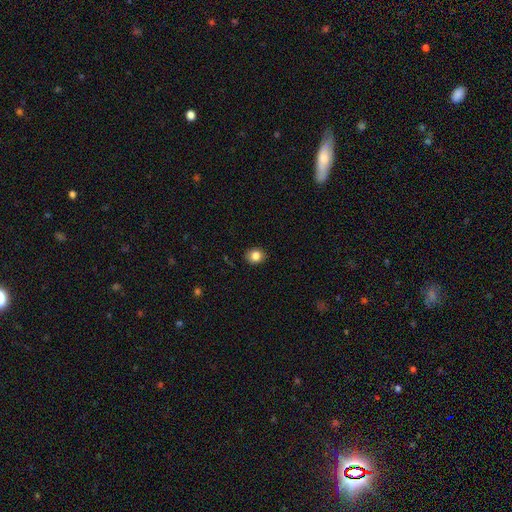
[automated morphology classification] Q: Smooth or featured?
A: smooth (83%); runner-up: star or artifact (10%)
Q: How rounded?
A: round (64%); runner-up: in between (35%)
Q: Merging?
A: none (89%); runner-up: minor disturbance (8%)